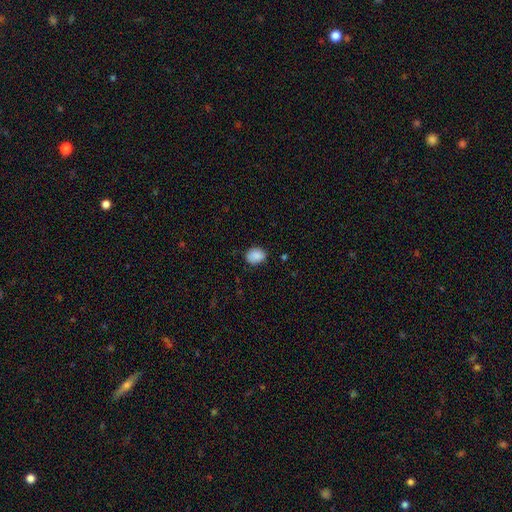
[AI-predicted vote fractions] This appears to be a smooth galaxy with no disk features (88%) that is in between round and cigar-shaped (53%). Merging: none (79%).